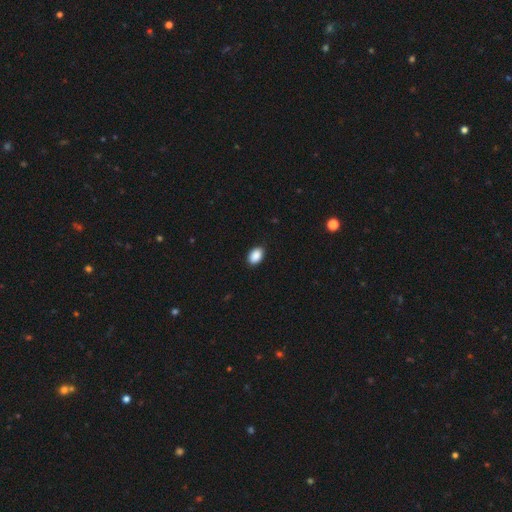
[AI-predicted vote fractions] smooth-or-featured: smooth: 90% | star or artifact: 7% | featured or disk: 3%
  how-rounded: in between: 86% | round: 13% | cigar-shaped: 1%
  merging: none: 89% | minor disturbance: 8% | major disturbance: 2% | merger: 1%